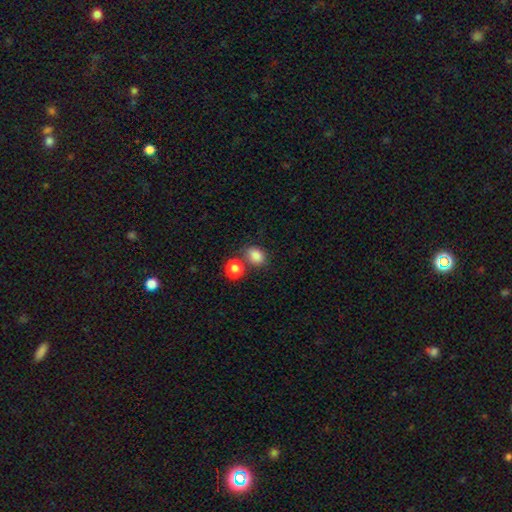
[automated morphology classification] smooth-or-featured: smooth: 85% | star or artifact: 10% | featured or disk: 5%
  how-rounded: in between: 57% | round: 42% | cigar-shaped: 1%
  merging: none: 60% | merger: 23% | minor disturbance: 13% | major disturbance: 4%